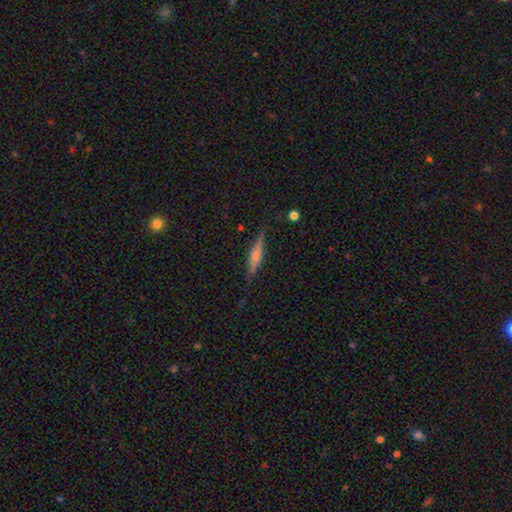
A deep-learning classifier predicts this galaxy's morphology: This is possibly a featured or disk galaxy (53%). It is clearly viewed edge-on (95%). Edge-on bulge: possibly rounded (57%). Merging: clearly none (82%).